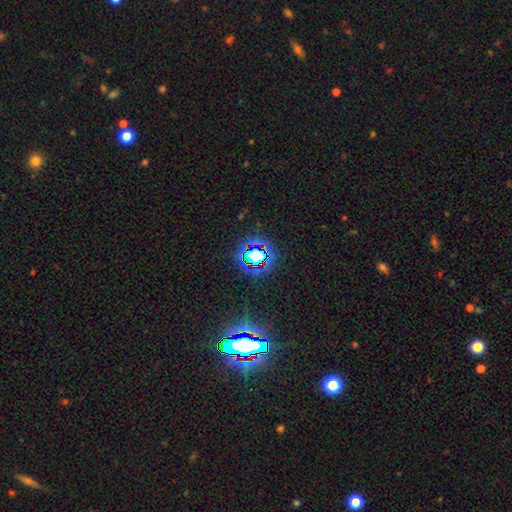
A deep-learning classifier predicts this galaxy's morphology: Smooth or featured: star or artifact — 72% (smooth — 18%)